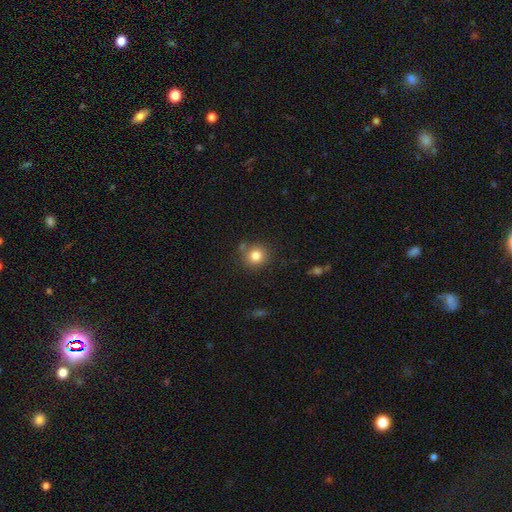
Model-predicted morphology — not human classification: This is clearly a smooth galaxy (83%). How rounded: clearly round (89%). Merging: likely none (78%).